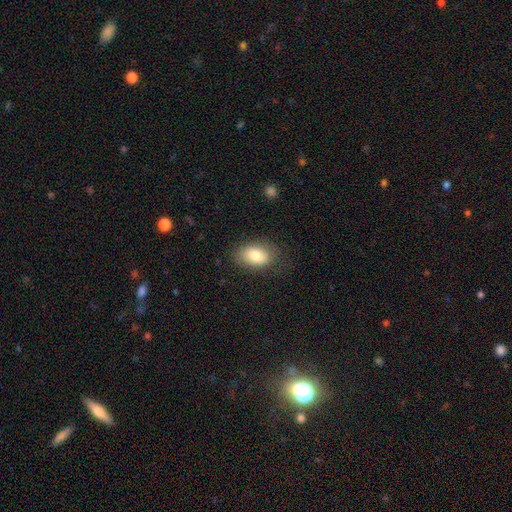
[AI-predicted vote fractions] A smooth galaxy with no disk features (80%) that is in between round and cigar-shaped (88%). Merging: none (77%).